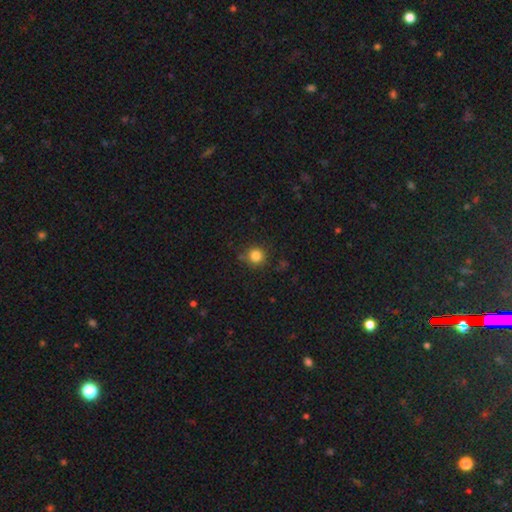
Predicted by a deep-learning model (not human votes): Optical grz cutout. It shows a smooth galaxy with no disk features (83%) that is round (94%). Merging: none (85%).